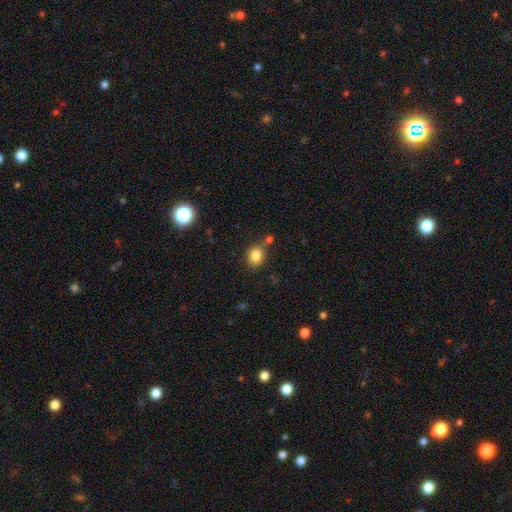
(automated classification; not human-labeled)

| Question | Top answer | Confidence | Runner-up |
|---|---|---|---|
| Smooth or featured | smooth | 83% | star or artifact (11%) |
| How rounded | round | 58% | in between (41%) |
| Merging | none | 75% | minor disturbance (12%) |